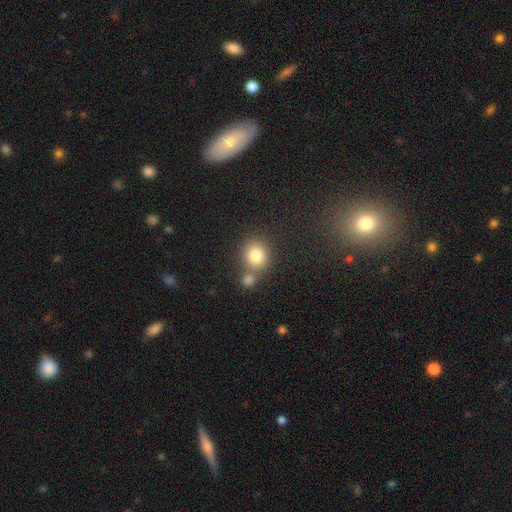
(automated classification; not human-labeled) Smooth or featured?
  - smooth: 81% *
  - star or artifact: 11%
  - featured or disk: 8%
How rounded?
  - round: 84% *
  - in between: 15%
  - cigar-shaped: 1%
Merging?
  - none: 55% *
  - merger: 33%
  - minor disturbance: 9%
  - major disturbance: 3%